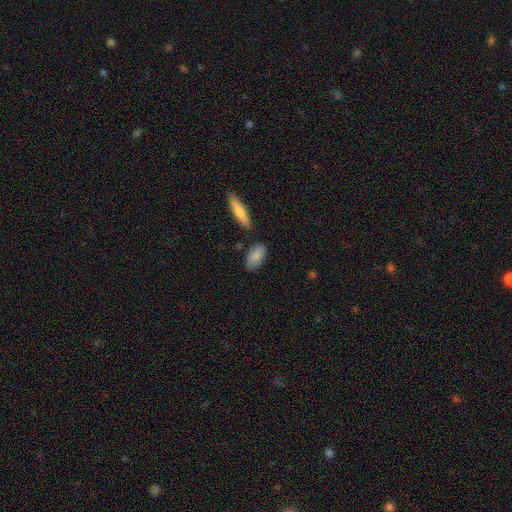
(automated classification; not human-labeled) Smooth or featured? smooth (86%)
How rounded? in between (88%)
Merging? none (75%)